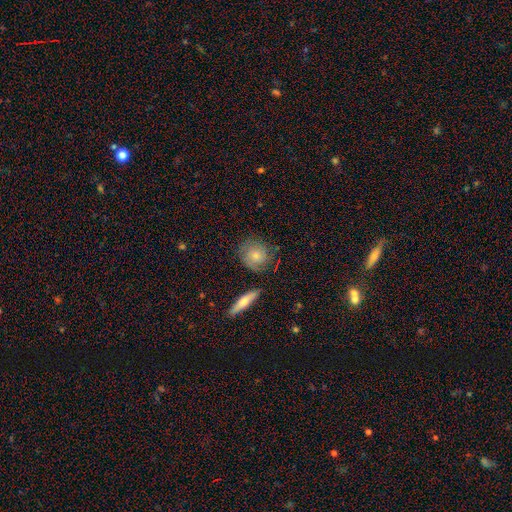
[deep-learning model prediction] Overall: smooth (62%; featured or disk 30%). How rounded: round (79%). Merging: none (75%).